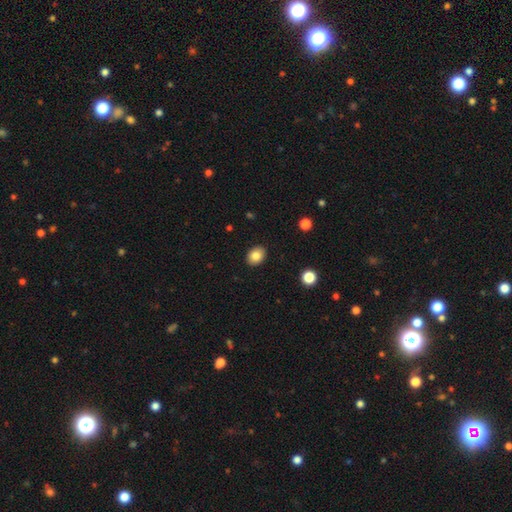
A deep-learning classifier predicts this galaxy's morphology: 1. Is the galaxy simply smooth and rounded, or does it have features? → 85% smooth, 9% star or artifact, 7% featured or disk.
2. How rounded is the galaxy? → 63% in between, 36% round, 1% cigar-shaped.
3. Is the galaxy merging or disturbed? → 90% none, 7% minor disturbance, 2% major disturbance, 1% merger.